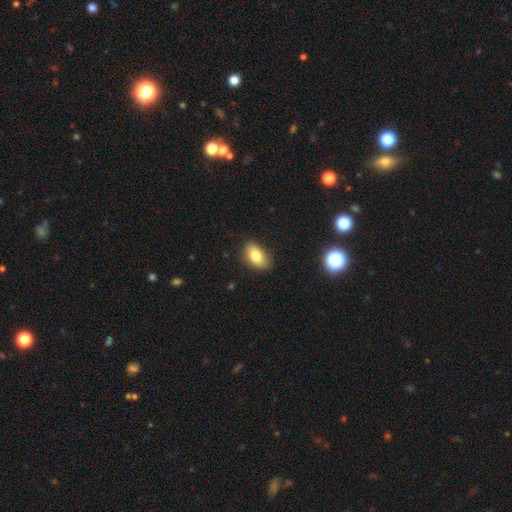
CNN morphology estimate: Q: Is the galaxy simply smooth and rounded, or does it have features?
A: smooth — 83%.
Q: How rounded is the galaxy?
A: in between — 90%.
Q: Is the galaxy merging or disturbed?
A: none — 77%.